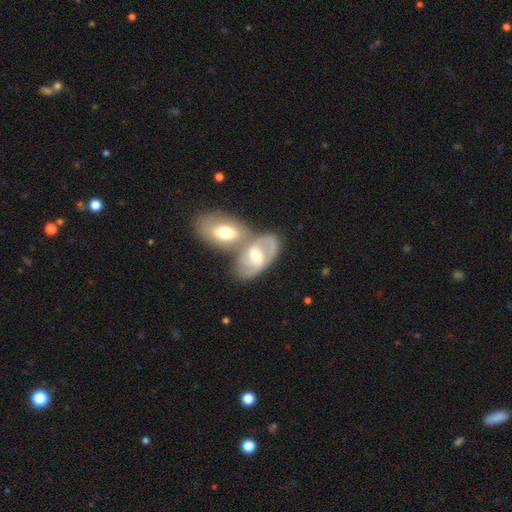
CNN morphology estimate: Q: Smooth or featured?
A: featured or disk (70%); runner-up: smooth (24%)
Q: Edge-on disk?
A: no (93%); runner-up: yes (7%)
Q: Bar?
A: weak (47%); runner-up: no (34%)
Q: Spiral arms?
A: yes (81%); runner-up: no (19%)
Q: Spiral winding?
A: medium (48%); runner-up: tight (33%)
Q: Spiral arm count?
A: 2 (72%); runner-up: can't tell (18%)
Q: Bulge size?
A: moderate (65%); runner-up: small (19%)
Q: Merging?
A: merger (53%); runner-up: none (31%)